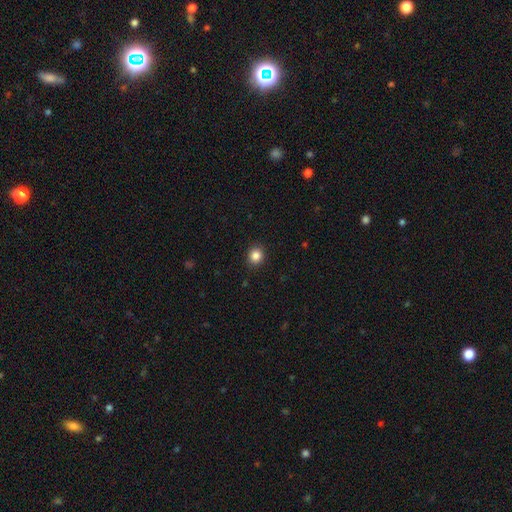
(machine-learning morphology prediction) smooth_or_featured: smooth (p=0.85) [alt: star or artifact p=0.11]
how_rounded: round (p=0.84) [alt: in between p=0.15]
merging: none (p=0.91) [alt: minor disturbance p=0.06]